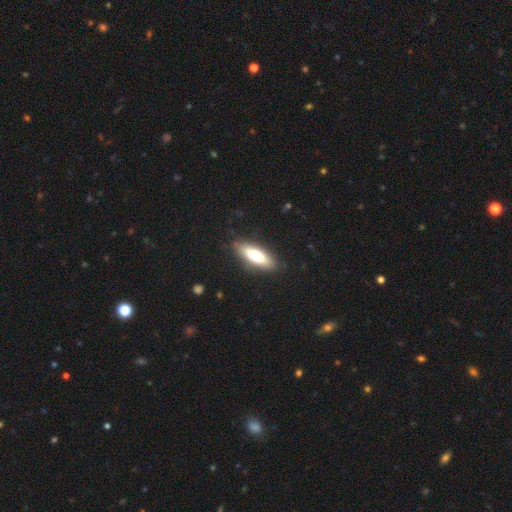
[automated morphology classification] smooth 71%, featured or disk 22%, star or artifact 6%. Down the decision tree: how rounded — in between (57%); merging — none (86%).